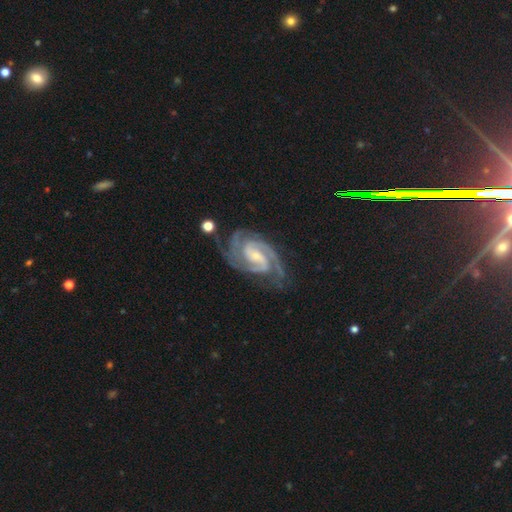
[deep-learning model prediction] Smooth or featured? Predicted: featured or disk (p=0.93). Edge-on disk? Predicted: no (p=0.98). Bar? Predicted: weak (p=0.48). Spiral arms? Predicted: yes (p=0.99). Spiral winding? Predicted: tight (p=0.59). Spiral arm count? Predicted: 2 (p=0.53). Bulge size? Predicted: small (p=0.61). Merging? Predicted: none (p=0.74).